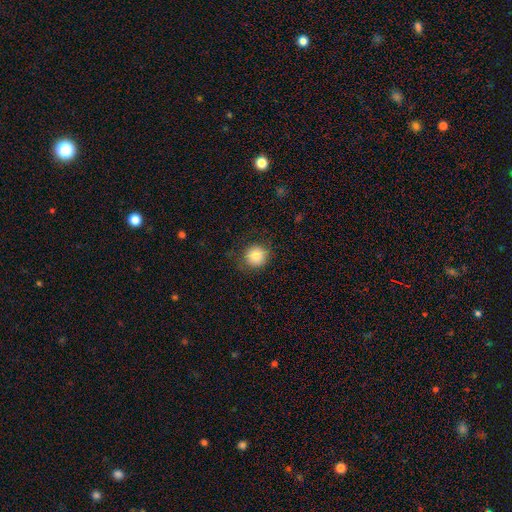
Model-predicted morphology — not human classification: smooth-or-featured: smooth: 83% | star or artifact: 10% | featured or disk: 8%
  how-rounded: round: 91% | in between: 8% | cigar-shaped: 1%
  merging: none: 82% | minor disturbance: 12% | major disturbance: 5% | merger: 1%